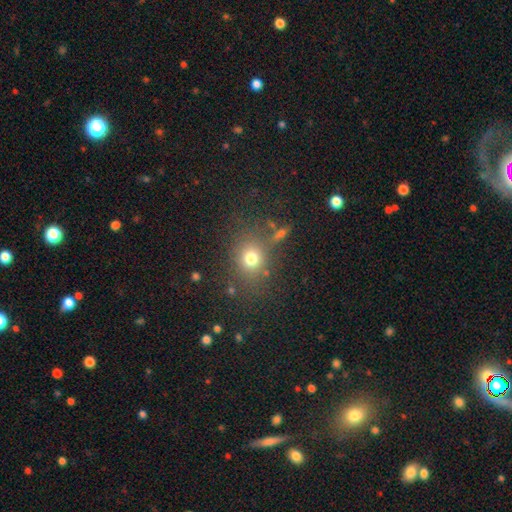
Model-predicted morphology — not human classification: Smooth or featured? Predicted: smooth (p=0.70). How rounded? Predicted: round (p=0.74). Merging? Predicted: none (p=0.76).